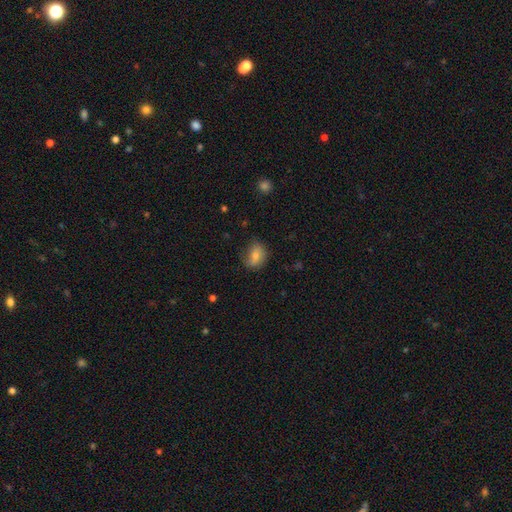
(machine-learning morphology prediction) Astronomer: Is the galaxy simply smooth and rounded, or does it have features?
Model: smooth — 67%.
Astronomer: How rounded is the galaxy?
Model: in between — 63%.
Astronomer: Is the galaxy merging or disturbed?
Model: none — 59%.